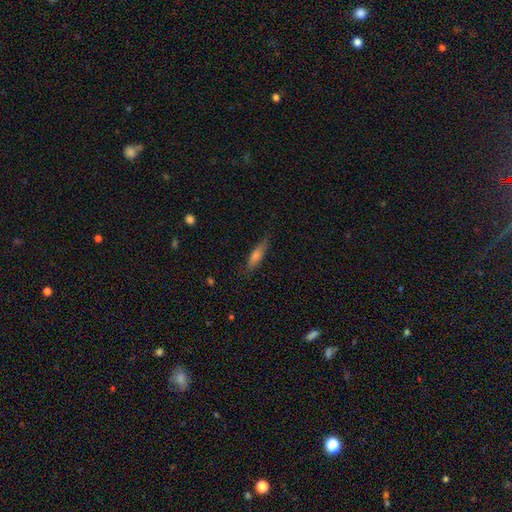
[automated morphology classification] A smooth galaxy with no disk features (56%) that is cigar-shaped (74%).

Vote fractions:
- Smooth or featured? smooth: 56% / featured or disk: 34% / star or artifact: 9%
- How rounded? cigar-shaped: 74% / in between: 24% / round: 2%
- Merging? none: 80% / minor disturbance: 15% / major disturbance: 3% / merger: 1%